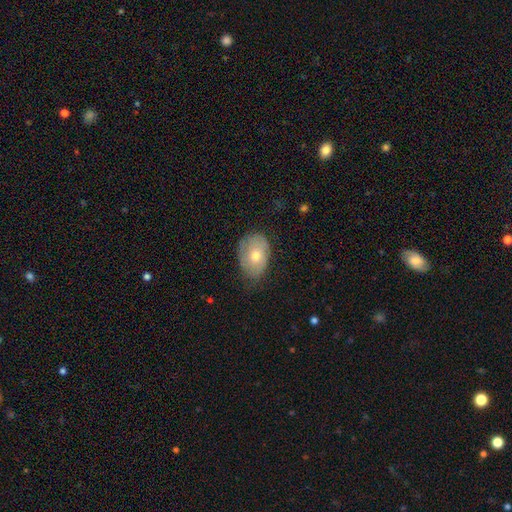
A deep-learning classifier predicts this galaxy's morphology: Q: Smooth or featured?
A: smooth (58%); runner-up: featured or disk (34%)
Q: How rounded?
A: in between (79%); runner-up: round (20%)
Q: Merging?
A: none (62%); runner-up: minor disturbance (29%)